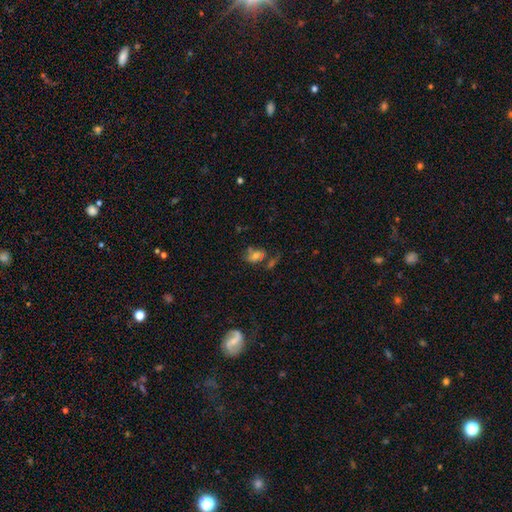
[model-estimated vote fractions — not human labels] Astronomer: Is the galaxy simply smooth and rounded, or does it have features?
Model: smooth — 56%.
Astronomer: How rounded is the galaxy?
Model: in between — 75%.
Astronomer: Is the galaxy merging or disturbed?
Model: none — 43% (runner-up: merger, 24%).